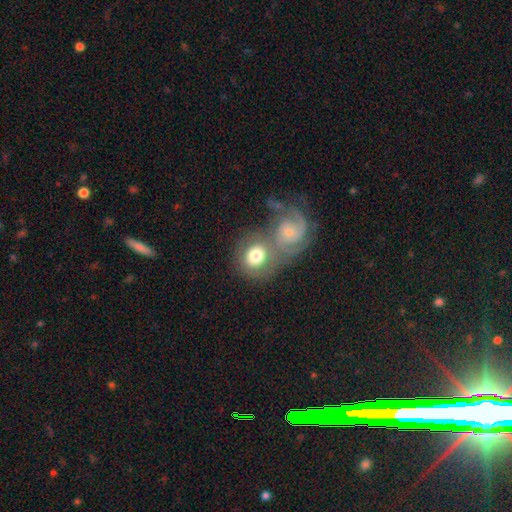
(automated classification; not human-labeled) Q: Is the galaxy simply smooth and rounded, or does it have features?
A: smooth — 51%.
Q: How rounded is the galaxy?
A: round — 72%.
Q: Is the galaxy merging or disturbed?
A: merger — 49%.